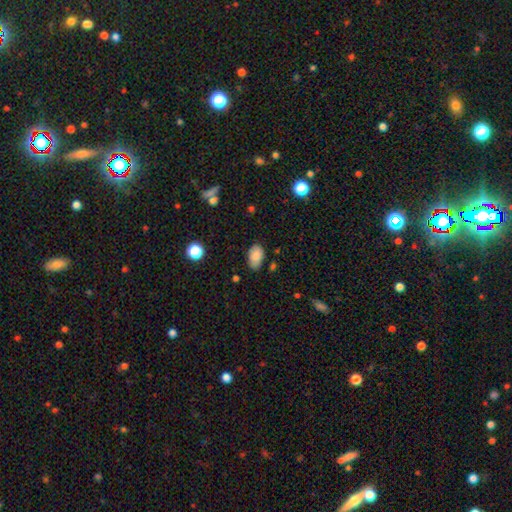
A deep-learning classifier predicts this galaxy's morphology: smooth-or-featured: smooth: 86% | star or artifact: 8% | featured or disk: 6%
  how-rounded: in between: 92% | round: 7% | cigar-shaped: 1%
  merging: none: 77% | minor disturbance: 18% | major disturbance: 3% | merger: 2%